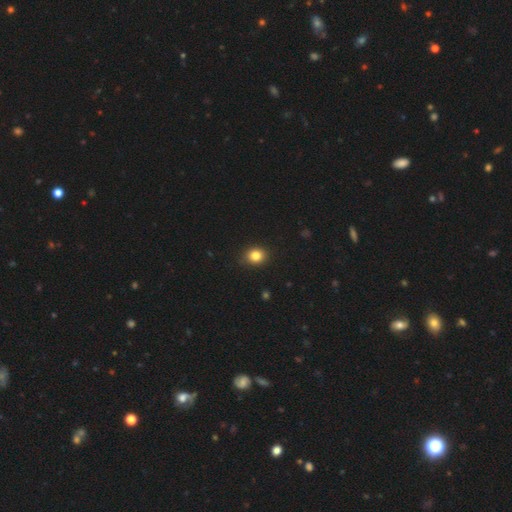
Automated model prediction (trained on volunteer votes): A smooth galaxy with no disk features (84%) that is round (67%).

Vote fractions:
- Smooth or featured? smooth: 84% / star or artifact: 11% / featured or disk: 5%
- How rounded? round: 67% / in between: 32% / cigar-shaped: 1%
- Merging? none: 90% / minor disturbance: 7% / major disturbance: 2% / merger: 1%